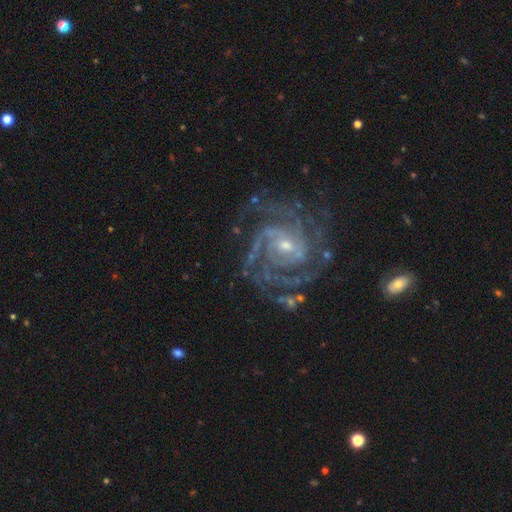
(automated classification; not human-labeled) Smooth or featured: featured or disk — 84% (star or artifact — 11%)
Edge-on disk: no — 97% (yes — 3%)
Bar: weak — 41% (no — 40%)
Spiral arms: yes — 97% (no — 3%)
Spiral winding: tight — 63% (medium — 31%)
Spiral arm count: can't tell — 23% (3 — 21%)
Bulge size: small — 70% (moderate — 25%)
Merging: none — 74% (minor disturbance — 14%)